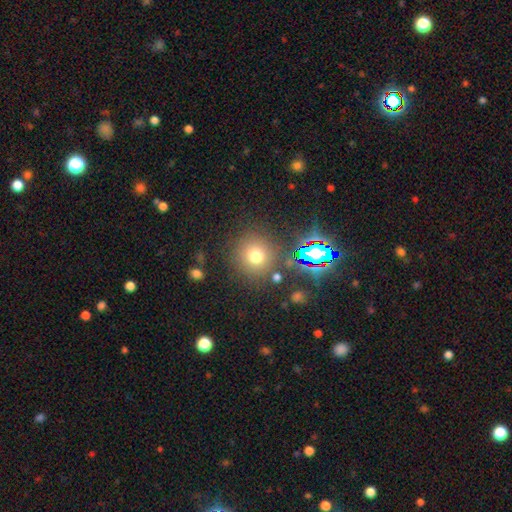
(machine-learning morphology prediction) type=smooth (70%); roundness=round (93%); merging=none (84%).